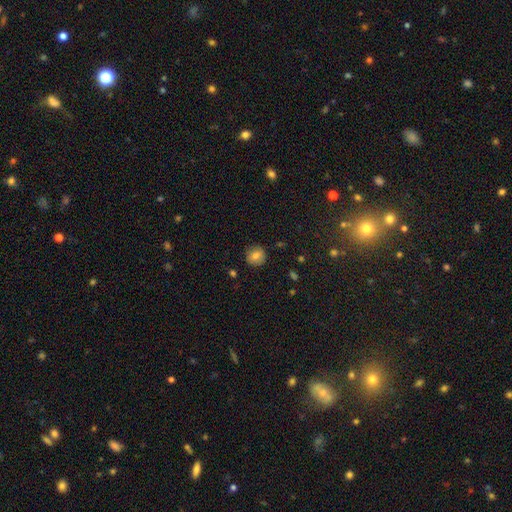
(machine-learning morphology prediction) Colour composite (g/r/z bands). It shows a smooth galaxy with no disk features (79%) that is round (90%). Merging: none (86%).